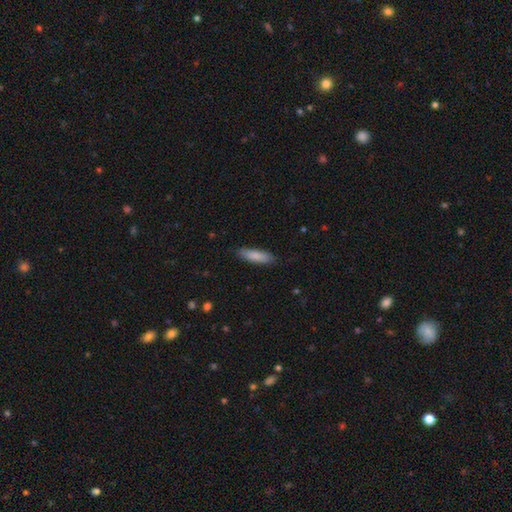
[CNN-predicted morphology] smooth 85%, featured or disk 10%, star or artifact 6%. Down the decision tree: how rounded — cigar-shaped (61%); merging — none (85%).